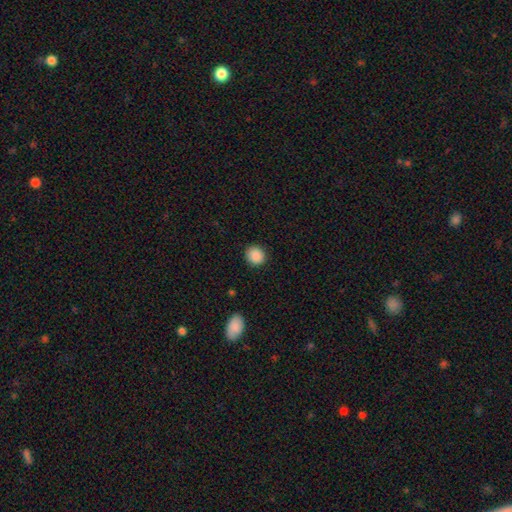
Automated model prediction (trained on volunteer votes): Smooth or featured? smooth (89%)
How rounded? round (87%)
Merging? none (91%)